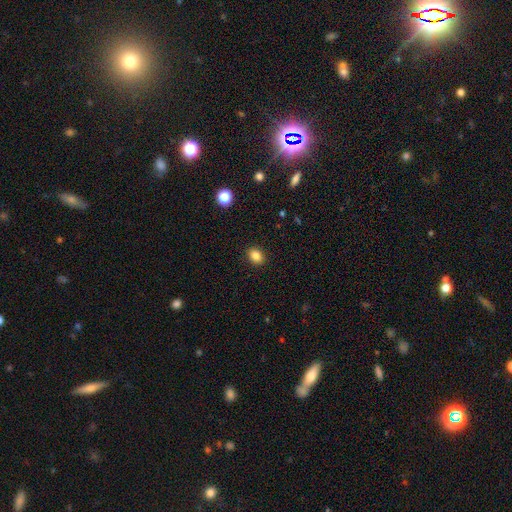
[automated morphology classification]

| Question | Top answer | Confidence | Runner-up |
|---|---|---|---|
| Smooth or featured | smooth | 85% | star or artifact (11%) |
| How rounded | in between | 56% | round (43%) |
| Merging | none | 90% | minor disturbance (7%) |